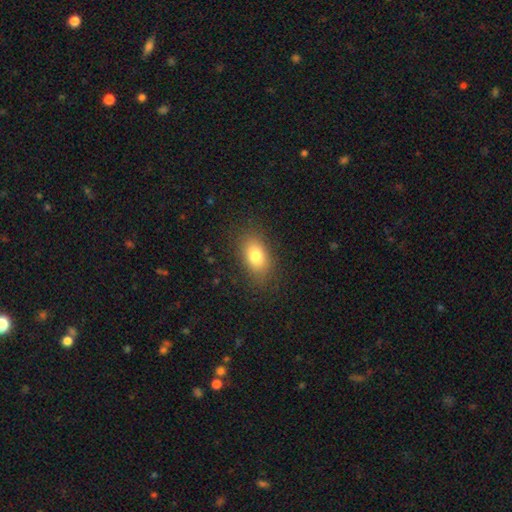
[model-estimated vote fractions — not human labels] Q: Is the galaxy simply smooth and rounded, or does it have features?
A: smooth — 80%.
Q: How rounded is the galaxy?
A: in between — 85%.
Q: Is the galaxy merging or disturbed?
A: none — 84%.